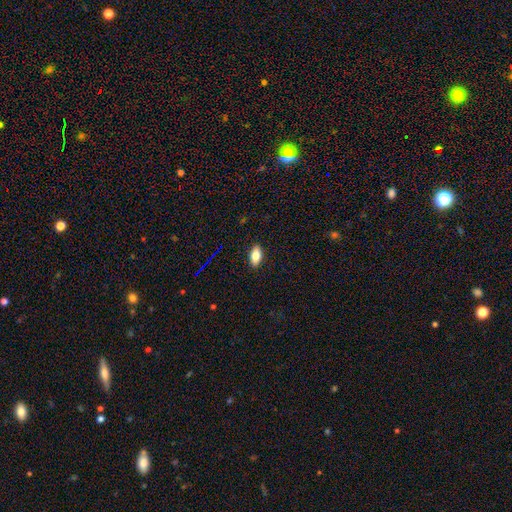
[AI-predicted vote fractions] Smooth or featured: smooth — 76% (featured or disk — 15%)
How rounded: in between — 87% (cigar-shaped — 9%)
Merging: none — 89% (minor disturbance — 8%)